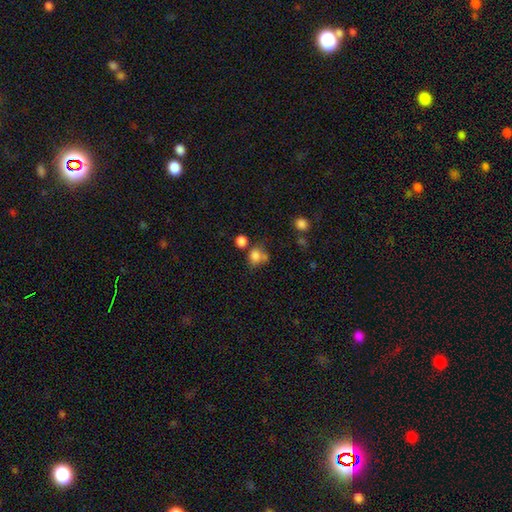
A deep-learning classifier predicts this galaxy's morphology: type=smooth (79%); roundness=round (67%); merging=none (49%).